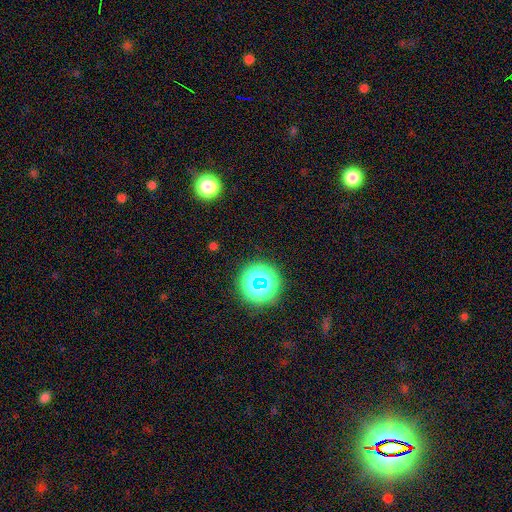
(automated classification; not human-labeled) Smooth or featured? star or artifact (79%)